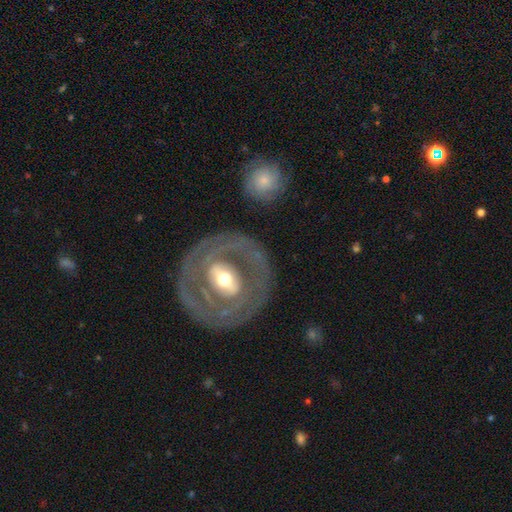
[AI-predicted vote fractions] Q: Smooth or featured?
A: featured or disk (72%); runner-up: smooth (22%)
Q: Edge-on disk?
A: no (93%); runner-up: yes (7%)
Q: Bar?
A: weak (35%); runner-up: no (34%)
Q: Spiral arms?
A: no (59%); runner-up: yes (41%)
Q: Bulge size?
A: moderate (67%); runner-up: small (22%)
Q: Merging?
A: none (77%); runner-up: minor disturbance (13%)